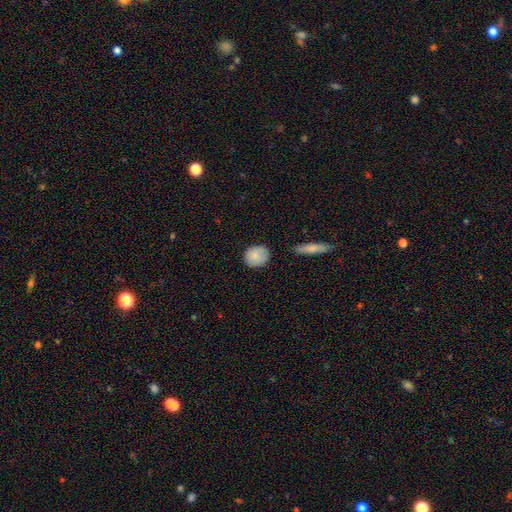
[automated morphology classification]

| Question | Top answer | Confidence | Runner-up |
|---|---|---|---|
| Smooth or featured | smooth | 85% | featured or disk (9%) |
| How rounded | round | 73% | in between (26%) |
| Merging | none | 81% | minor disturbance (15%) |